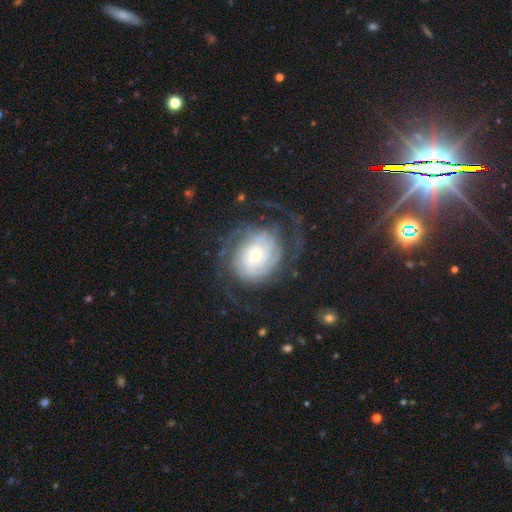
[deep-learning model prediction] Smooth or featured: featured or disk — 84% (smooth — 10%)
Edge-on disk: no — 97% (yes — 3%)
Bar: no — 73% (weak — 21%)
Spiral arms: yes — 95% (no — 5%)
Spiral winding: tight — 65% (medium — 25%)
Spiral arm count: can't tell — 32% (2 — 30%)
Bulge size: small — 55% (moderate — 32%)
Merging: none — 61% (major disturbance — 22%)